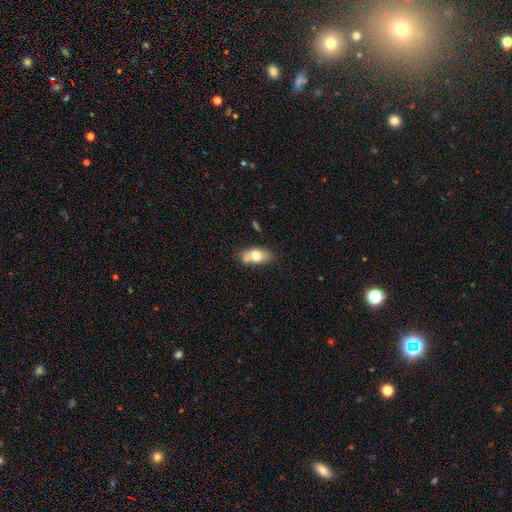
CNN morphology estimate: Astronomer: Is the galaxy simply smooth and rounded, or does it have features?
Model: smooth — 71%.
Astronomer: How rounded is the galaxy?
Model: in between — 89%.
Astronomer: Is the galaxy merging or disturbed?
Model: none — 59%.